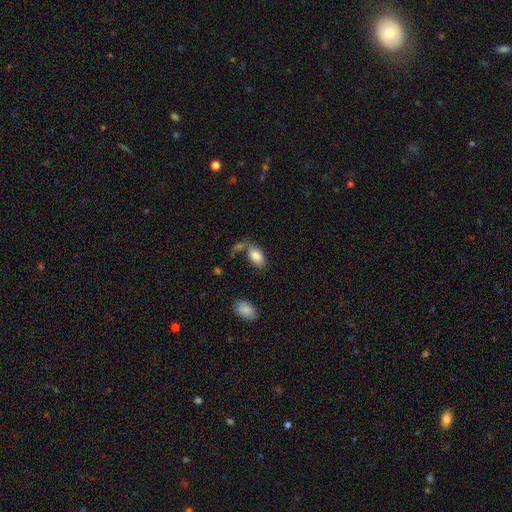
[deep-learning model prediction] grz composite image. It shows a smooth galaxy with no disk features (84%) that is in between round and cigar-shaped (94%). Merging: none (52%).